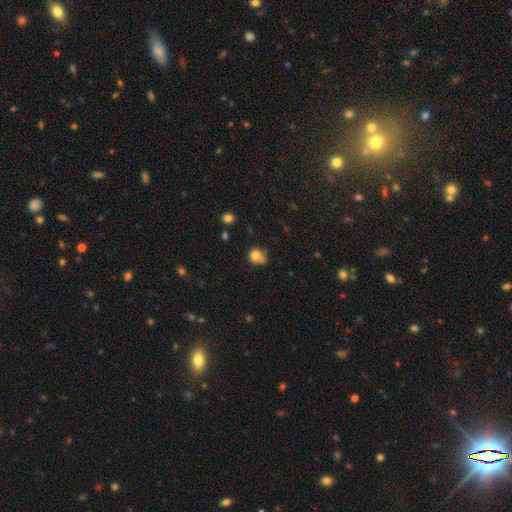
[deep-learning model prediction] This is likely a smooth galaxy (77%). How rounded: likely round (72%). Merging: possibly none (45%).